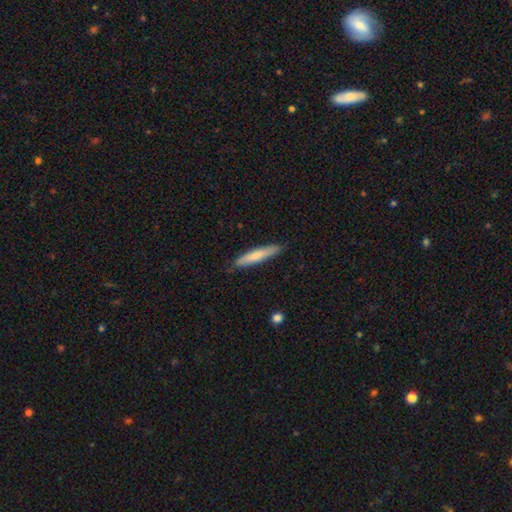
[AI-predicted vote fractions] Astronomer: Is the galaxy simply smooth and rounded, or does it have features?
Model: smooth — 72%.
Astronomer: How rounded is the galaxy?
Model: cigar-shaped — 90%.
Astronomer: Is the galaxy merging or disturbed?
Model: none — 87%.